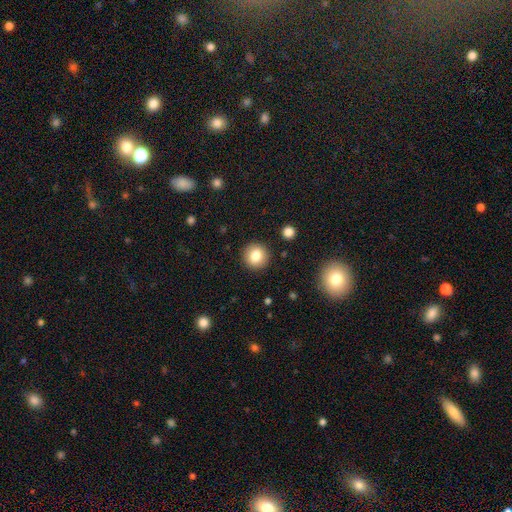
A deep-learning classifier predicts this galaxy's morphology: Smooth or featured: smooth — 81% (star or artifact — 10%)
How rounded: round — 93% (in between — 6%)
Merging: none — 91% (minor disturbance — 6%)